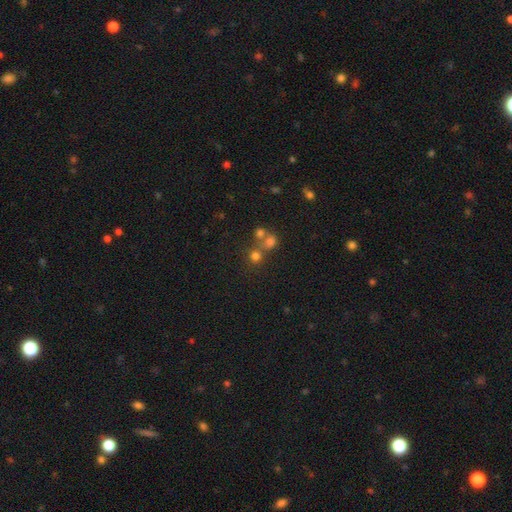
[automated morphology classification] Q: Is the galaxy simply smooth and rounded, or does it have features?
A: smooth — 65%.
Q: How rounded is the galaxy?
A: round — 88%.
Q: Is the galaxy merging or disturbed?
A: none — 55%.